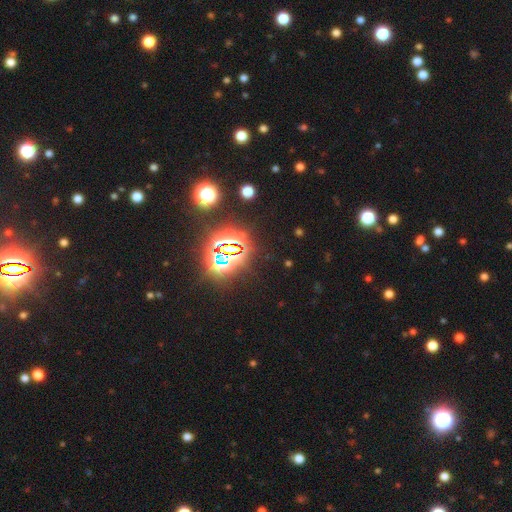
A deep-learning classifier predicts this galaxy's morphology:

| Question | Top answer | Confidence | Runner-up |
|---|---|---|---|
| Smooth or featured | star or artifact | 73% | smooth (20%) |